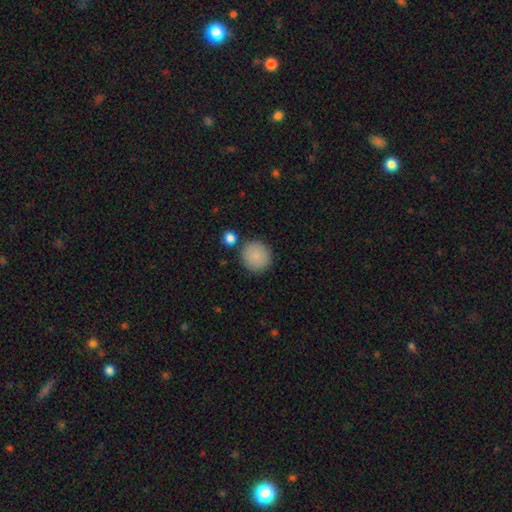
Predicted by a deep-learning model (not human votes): smooth_or_featured: smooth (p=0.87) [alt: star or artifact p=0.07]
how_rounded: round (p=0.93) [alt: in between p=0.06]
merging: none (p=0.83) [alt: minor disturbance p=0.09]